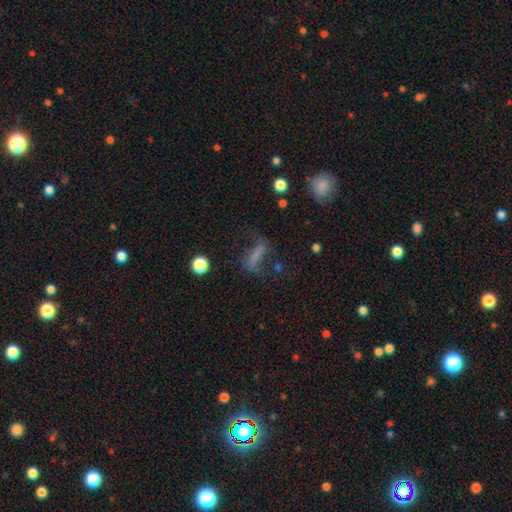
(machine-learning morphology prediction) smooth_or_featured: smooth (p=0.47) [alt: featured or disk p=0.36]
merging: none (p=0.49) [alt: major disturbance p=0.25]